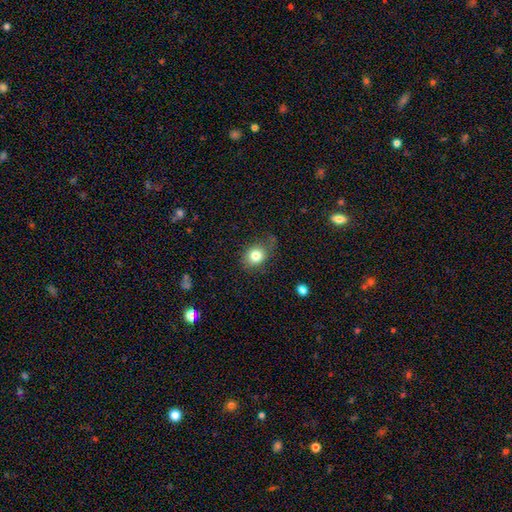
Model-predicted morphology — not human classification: Smooth or featured? smooth (79%)
How rounded? round (62%)
Merging? none (68%)